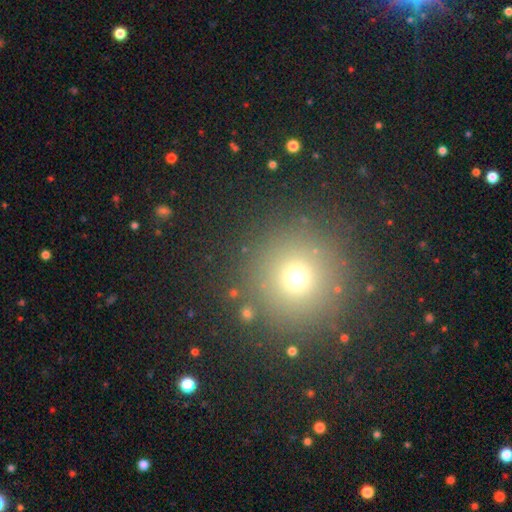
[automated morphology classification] smooth-or-featured: smooth: 64% | star or artifact: 29% | featured or disk: 7%
  how-rounded: round: 95% | in between: 4% | cigar-shaped: 1%
  merging: none: 90% | minor disturbance: 5% | major disturbance: 3% | merger: 2%